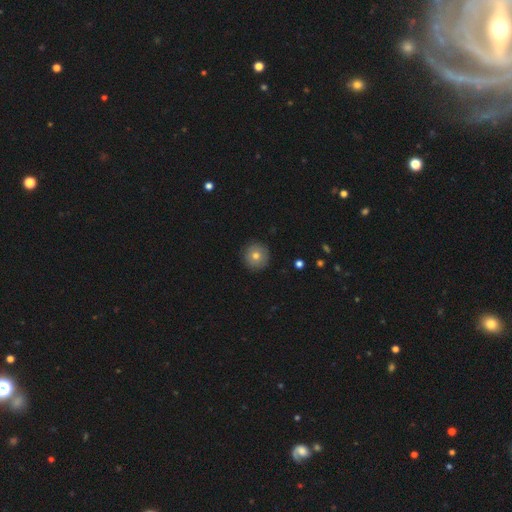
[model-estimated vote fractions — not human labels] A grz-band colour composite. It shows a smooth galaxy with no disk features (74%) that is round (96%). Merging: none (91%).